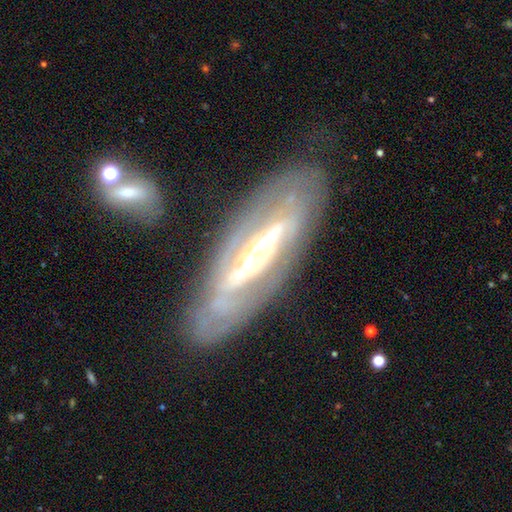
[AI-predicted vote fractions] Smooth or featured?
  - featured or disk: 83% *
  - smooth: 12%
  - star or artifact: 6%
Edge-on disk?
  - no: 73% *
  - yes: 27%
Bar?
  - strong: 64% *
  - weak: 21%
  - no: 15%
Spiral arms?
  - yes: 66% *
  - no: 34%
Bulge size?
  - moderate: 56% *
  - small: 21%
  - large: 18%
  - dominant: 3%
  - none: 2%
Merging?
  - none: 75% *
  - minor disturbance: 15%
  - major disturbance: 7%
  - merger: 3%